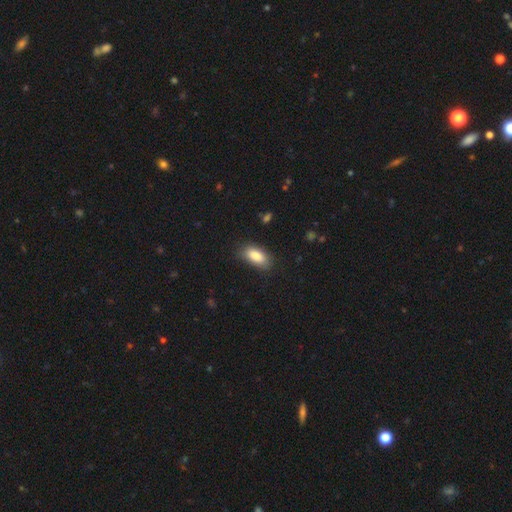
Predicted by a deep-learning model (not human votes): Smooth or featured: smooth — 86% (star or artifact — 7%)
How rounded: in between — 89% (cigar-shaped — 8%)
Merging: none — 78% (minor disturbance — 17%)